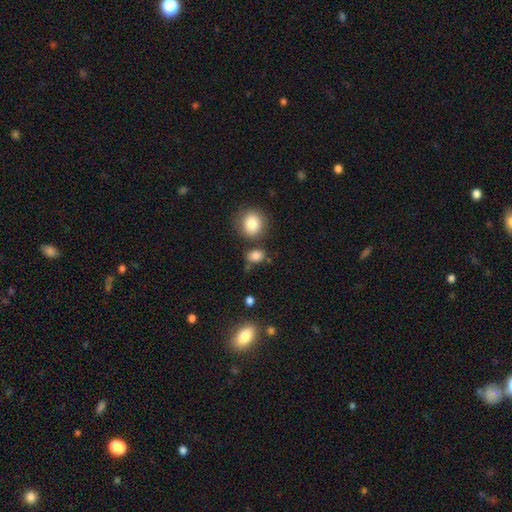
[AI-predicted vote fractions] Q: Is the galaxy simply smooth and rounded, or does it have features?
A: smooth — 82%.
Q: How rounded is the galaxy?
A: in between — 54%.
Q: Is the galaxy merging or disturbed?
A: none — 63%.